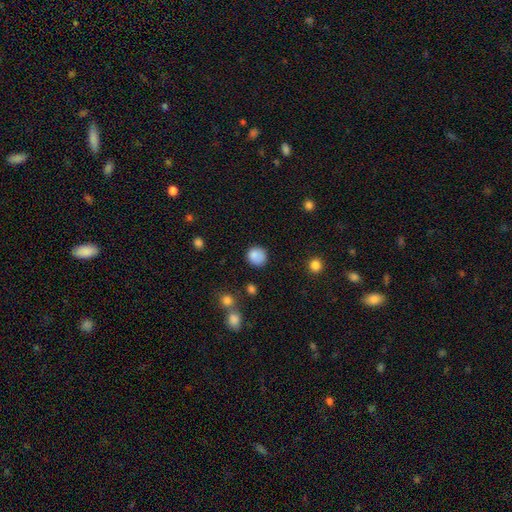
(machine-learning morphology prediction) Overall: smooth (84%). How rounded: round (89%). Merging: none (80%).